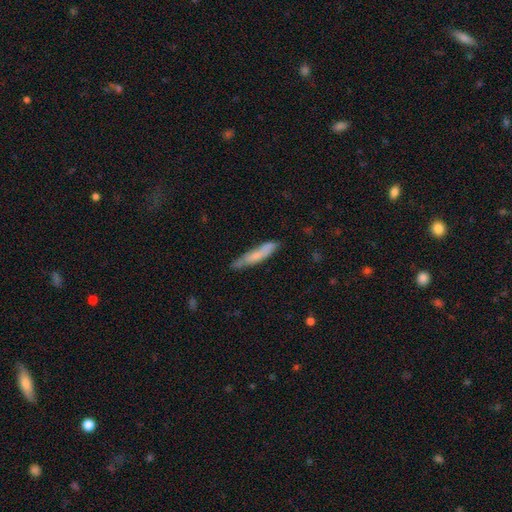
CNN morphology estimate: smooth-or-featured: smooth: 66% | featured or disk: 28% | star or artifact: 6%
  how-rounded: cigar-shaped: 87% | in between: 12% | round: 1%
  merging: none: 70% | minor disturbance: 23% | major disturbance: 4% | merger: 3%